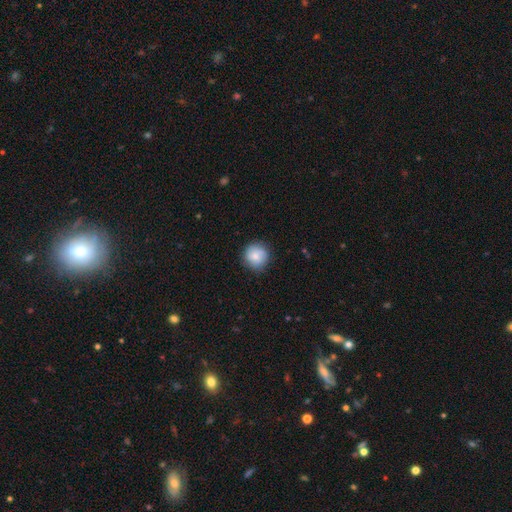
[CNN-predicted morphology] Q: Smooth or featured?
A: smooth (69%); runner-up: featured or disk (23%)
Q: How rounded?
A: round (93%); runner-up: in between (6%)
Q: Merging?
A: none (84%); runner-up: minor disturbance (12%)